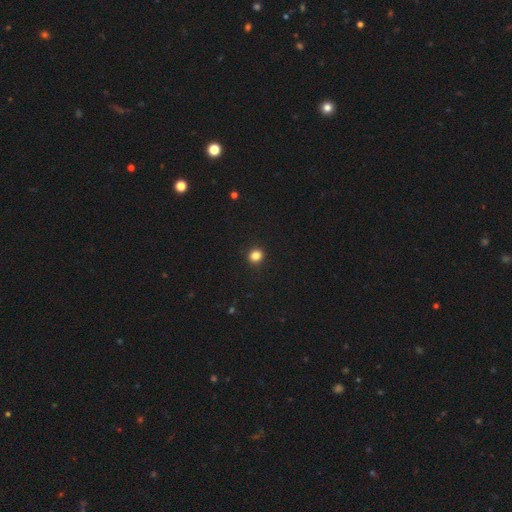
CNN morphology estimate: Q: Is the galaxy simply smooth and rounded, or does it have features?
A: smooth — 84%.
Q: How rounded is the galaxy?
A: round — 81%.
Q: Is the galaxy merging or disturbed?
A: none — 92%.